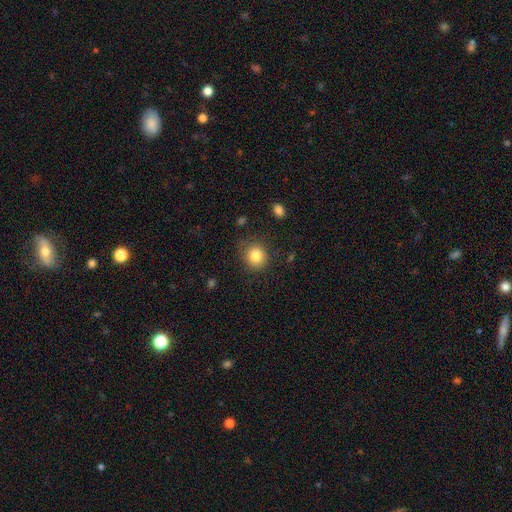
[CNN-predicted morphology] Smooth or featured?
  - smooth: 83% *
  - star or artifact: 10%
  - featured or disk: 7%
How rounded?
  - round: 83% *
  - in between: 16%
  - cigar-shaped: 1%
Merging?
  - none: 82% *
  - minor disturbance: 12%
  - major disturbance: 4%
  - merger: 2%